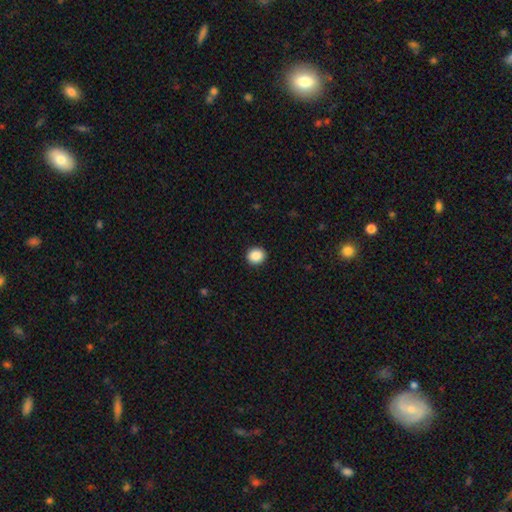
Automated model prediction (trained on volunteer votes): Smooth or featured? Predicted: smooth (p=0.89). How rounded? Predicted: round (p=0.80). Merging? Predicted: none (p=0.92).